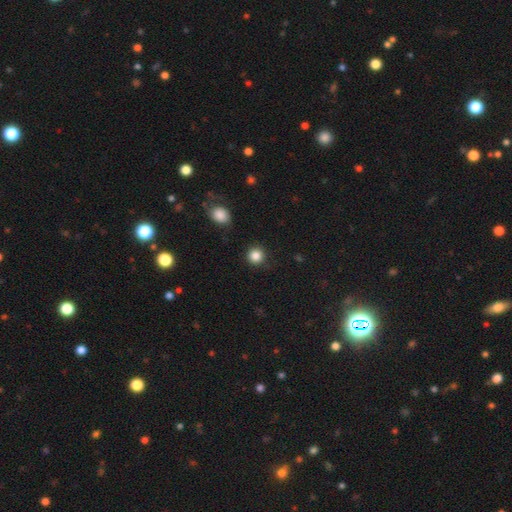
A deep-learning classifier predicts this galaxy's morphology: Q: Smooth or featured?
A: smooth (85%); runner-up: star or artifact (11%)
Q: How rounded?
A: round (93%); runner-up: in between (6%)
Q: Merging?
A: none (88%); runner-up: minor disturbance (7%)